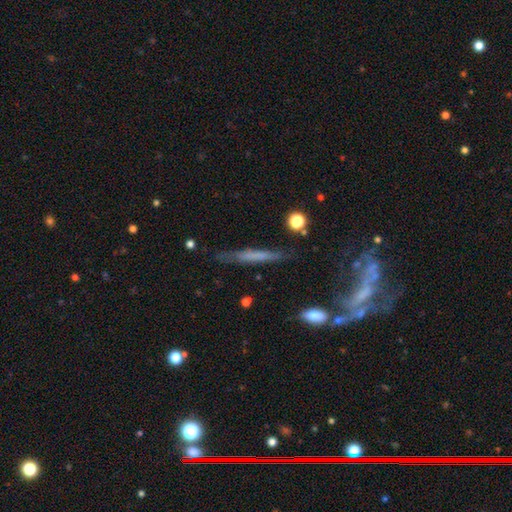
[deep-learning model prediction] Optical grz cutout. It shows a smooth galaxy with no disk features (50%). Merging: none (78%).